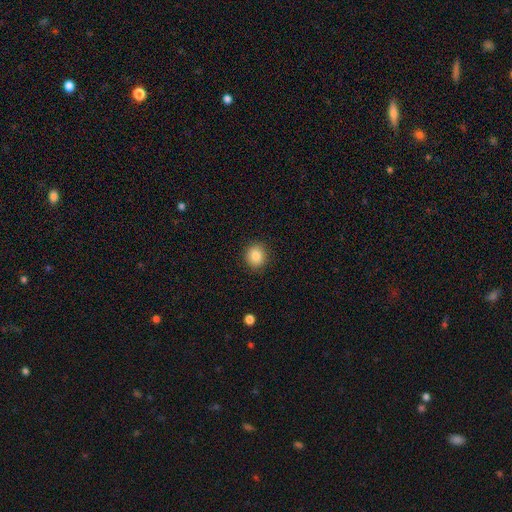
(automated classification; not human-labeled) Smooth or featured? Predicted: smooth (p=0.86). How rounded? Predicted: round (p=0.82). Merging? Predicted: none (p=0.90).